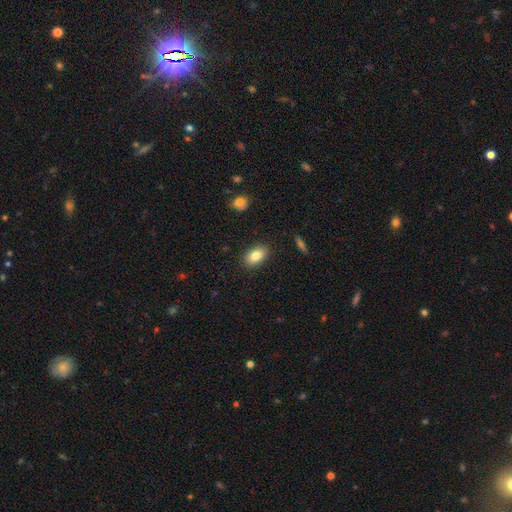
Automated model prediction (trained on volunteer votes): A smooth galaxy with no disk features (83%) that is in between round and cigar-shaped (89%). Merging: none (88%).